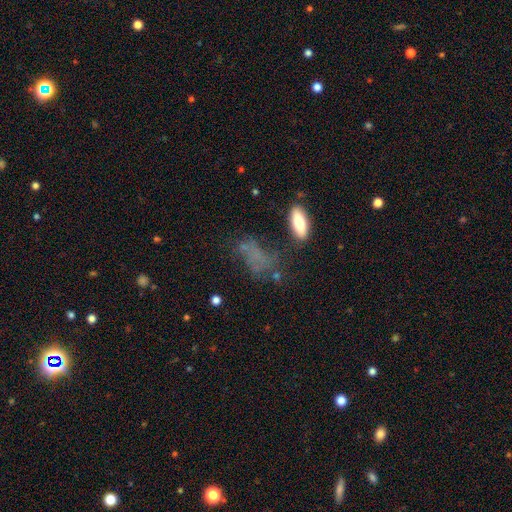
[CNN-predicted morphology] Overall: smooth (50%; featured or disk 26%). Merging: none (39%; major disturbance 29%).